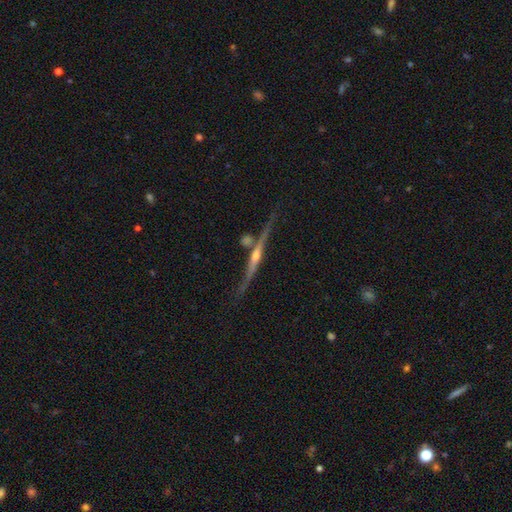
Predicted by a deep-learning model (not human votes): A featured or disk galaxy (85%) viewed edge-on (97%) with a rounded central bulge (86%).

Vote fractions:
- Smooth or featured? featured or disk: 85% / smooth: 8% / star or artifact: 6%
- Edge-on disk? yes: 97% / no: 3%
- Edge-on bulge? rounded: 86% / none: 8% / boxy: 6%
- Merging? none: 73% / minor disturbance: 12% / merger: 11% / major disturbance: 4%